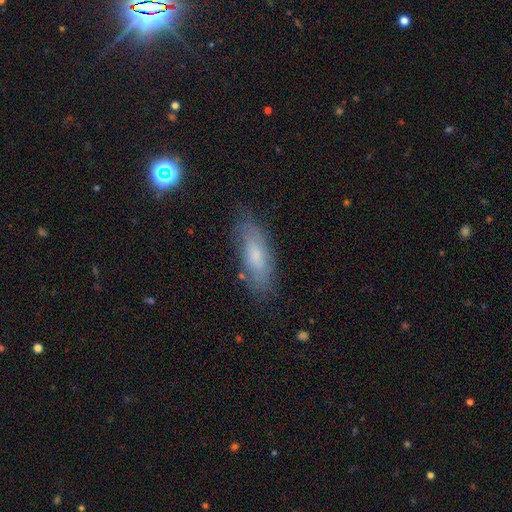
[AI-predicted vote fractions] Overall: smooth (55%; featured or disk 37%). How rounded: in between (64%; cigar-shaped 34%). Merging: none (74%).